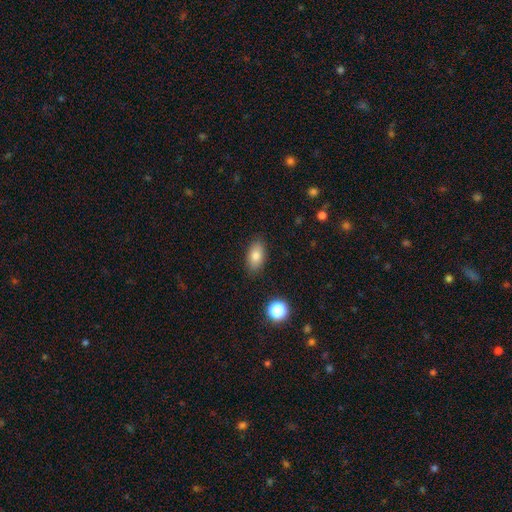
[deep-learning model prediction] This is clearly a smooth galaxy (80%). How rounded: clearly in between (89%). Merging: clearly none (86%).